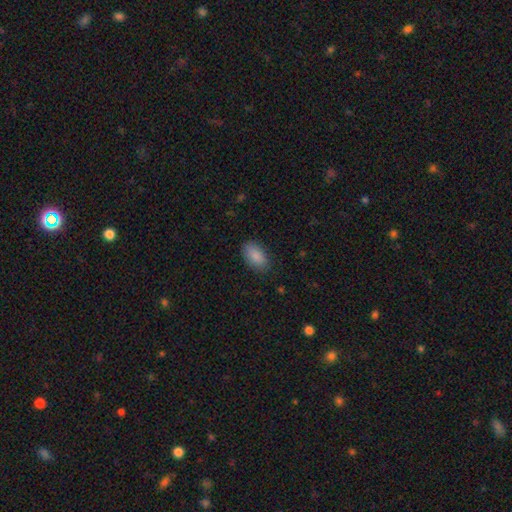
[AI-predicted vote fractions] Smooth or featured?
  - smooth: 89% *
  - star or artifact: 7%
  - featured or disk: 4%
How rounded?
  - in between: 93% *
  - round: 4%
  - cigar-shaped: 2%
Merging?
  - none: 84% *
  - minor disturbance: 12%
  - major disturbance: 3%
  - merger: 1%